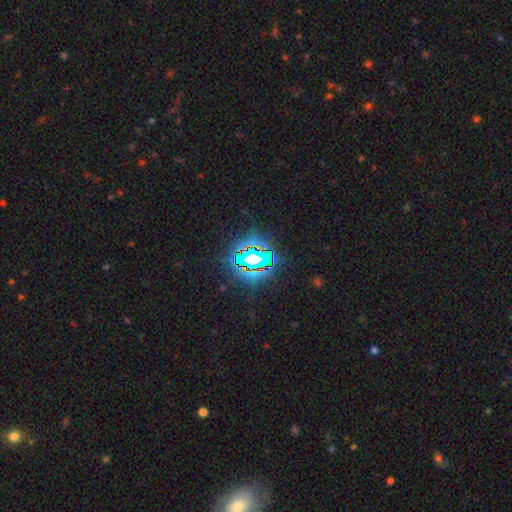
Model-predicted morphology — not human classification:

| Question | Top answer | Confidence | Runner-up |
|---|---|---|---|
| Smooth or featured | star or artifact | 77% | smooth (13%) |